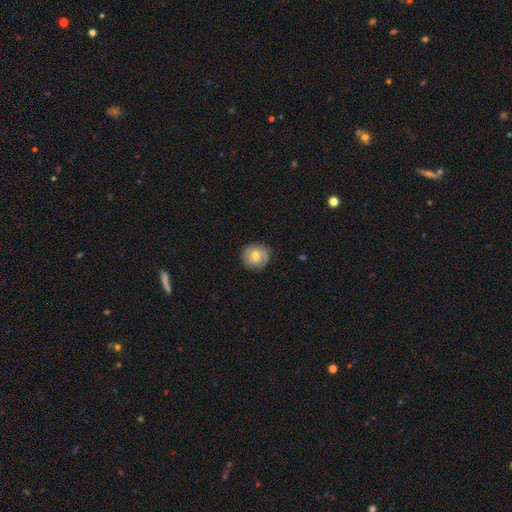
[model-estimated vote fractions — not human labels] This appears to be a smooth galaxy with no disk features (63%) that is round (88%). Merging: none (80%).